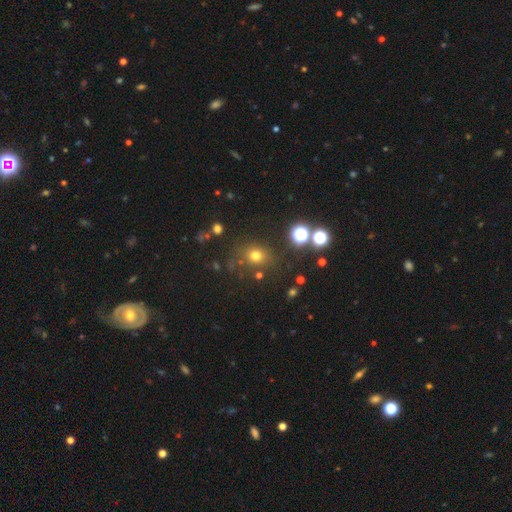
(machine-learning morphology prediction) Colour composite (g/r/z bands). It shows a smooth galaxy with no disk features (69%) that is round (78%). Merging: none (79%).